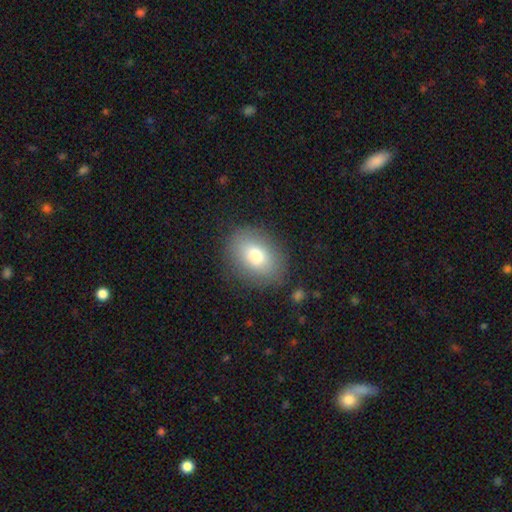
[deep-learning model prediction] Overall: smooth (77%). How rounded: in between (72%). Merging: none (82%).